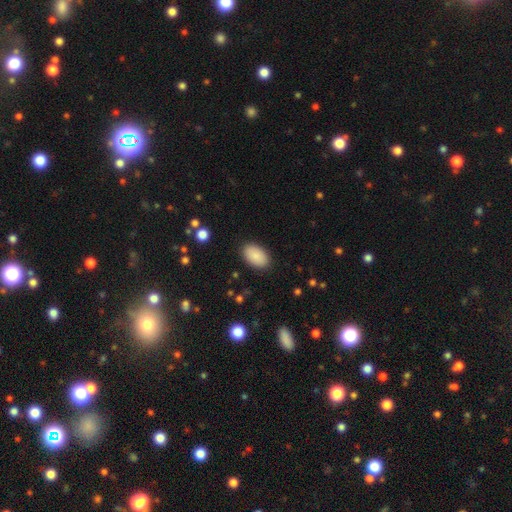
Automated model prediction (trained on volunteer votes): The model was most divided on "merging": none: 88%, minor disturbance: 8%, major disturbance: 2%, merger: 1%. More confident: how rounded — in between (94%); smooth or featured — smooth (89%).